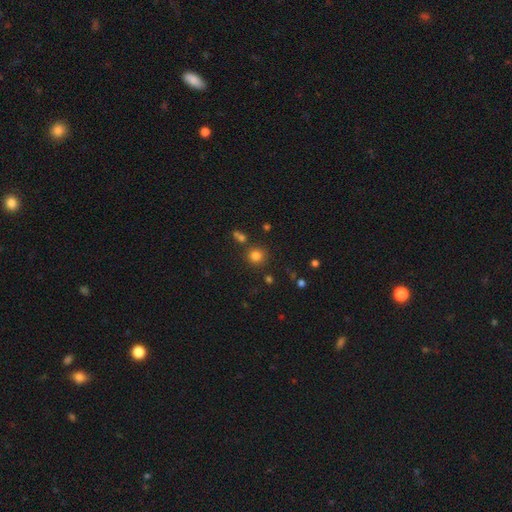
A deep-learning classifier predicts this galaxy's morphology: A smooth galaxy with no disk features (79%) that is round (91%). Merging: none (80%).